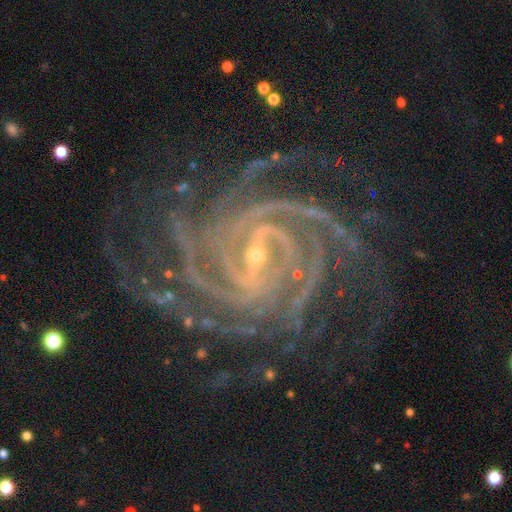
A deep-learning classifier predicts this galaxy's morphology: A featured or disk galaxy (90%) with a weak bar (41%, tied with strong), more than 4 (33%) tight (77%) spiral arms (99%) and a small central bulge (77%). Merging: none (78%).